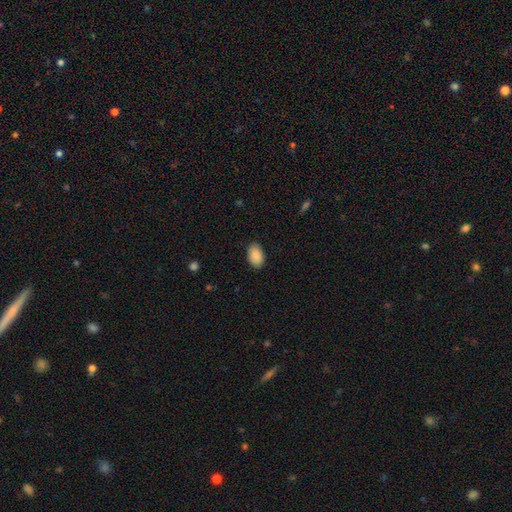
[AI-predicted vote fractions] Smooth or featured? smooth (90%)
How rounded? in between (91%)
Merging? none (87%)